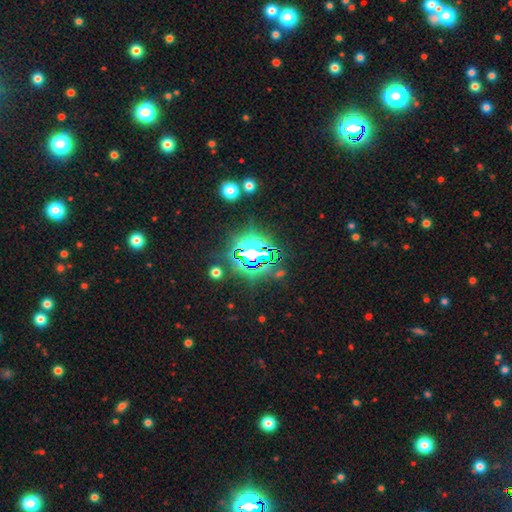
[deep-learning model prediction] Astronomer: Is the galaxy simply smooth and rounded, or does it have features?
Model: star or artifact — 75%.